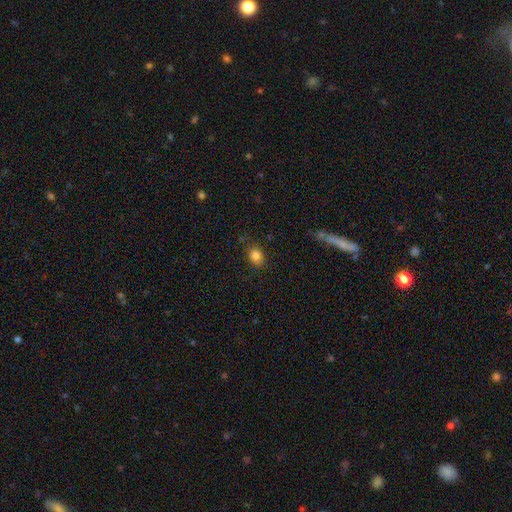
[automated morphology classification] Smooth or featured: smooth — 84% (star or artifact — 11%)
How rounded: in between — 53% (round — 46%)
Merging: none — 80% (minor disturbance — 14%)